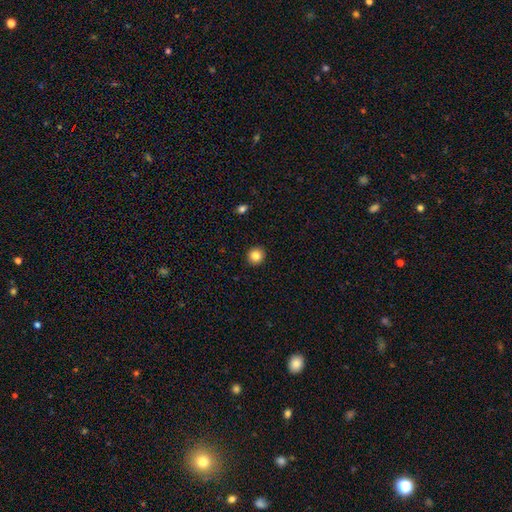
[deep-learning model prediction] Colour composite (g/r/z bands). It shows a smooth galaxy with no disk features (84%) that is round (92%). Merging: none (93%).